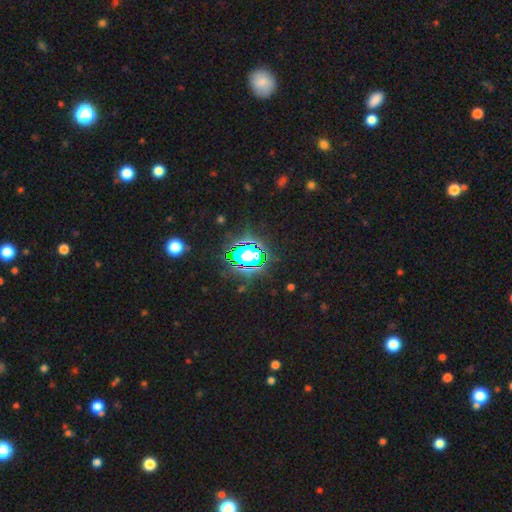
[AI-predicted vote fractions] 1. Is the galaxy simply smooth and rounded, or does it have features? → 82% star or artifact, 11% smooth, 7% featured or disk.